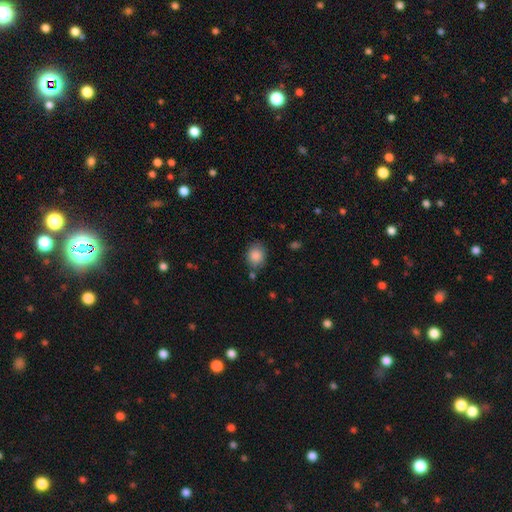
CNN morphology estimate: Smooth or featured?
  - smooth: 87% *
  - star or artifact: 8%
  - featured or disk: 4%
How rounded?
  - round: 60% *
  - in between: 39%
  - cigar-shaped: 1%
Merging?
  - none: 78% *
  - minor disturbance: 14%
  - merger: 5%
  - major disturbance: 4%